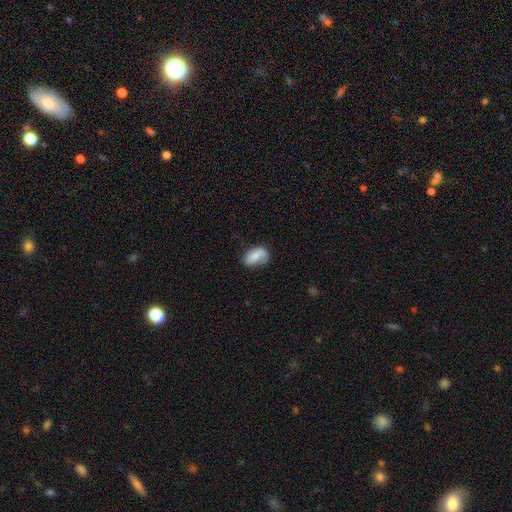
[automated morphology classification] type=smooth (76%); roundness=in between (90%); merging=none (60%).